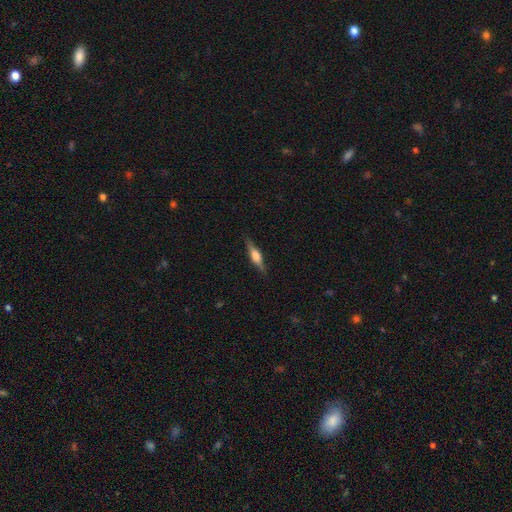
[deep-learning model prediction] featured or disk 58%, smooth 36%, star or artifact 6%. Down the decision tree: edge-on disk — yes (96%); edge-on bulge — rounded (82%); merging — none (87%).